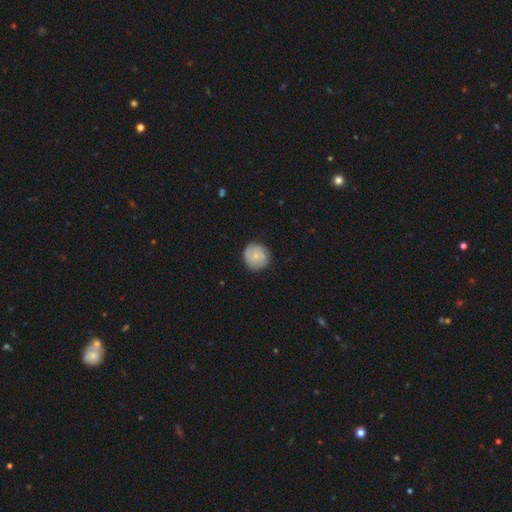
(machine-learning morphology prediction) A smooth galaxy with no disk features (56%) that is round (91%).

Vote fractions:
- Smooth or featured? smooth: 56% / featured or disk: 37% / star or artifact: 7%
- How rounded? round: 91% / in between: 8% / cigar-shaped: 1%
- Merging? none: 81% / minor disturbance: 14% / major disturbance: 3% / merger: 1%